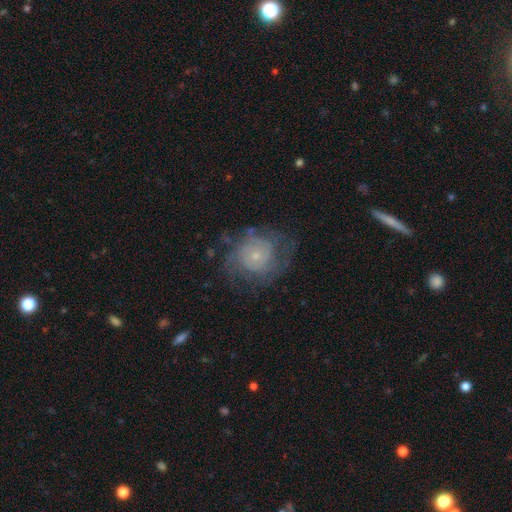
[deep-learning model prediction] Smooth or featured?
  - featured or disk: 64% *
  - smooth: 26%
  - star or artifact: 10%
Edge-on disk?
  - no: 97% *
  - yes: 3%
Bar?
  - no: 83% *
  - weak: 15%
  - strong: 3%
Spiral arms?
  - yes: 80% *
  - no: 20%
Bulge size?
  - small: 74% *
  - moderate: 19%
  - none: 3%
  - large: 2%
  - dominant: 1%
Merging?
  - none: 65% *
  - minor disturbance: 19%
  - major disturbance: 15%
  - merger: 1%